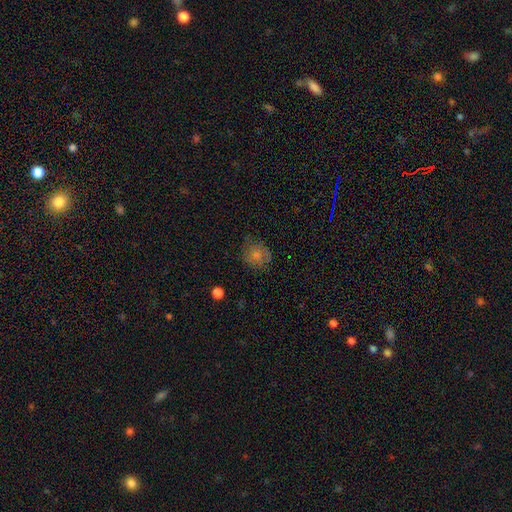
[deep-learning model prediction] Smooth or featured?
  - smooth: 48% *
  - featured or disk: 30%
  - star or artifact: 23%
Merging?
  - none: 76% *
  - minor disturbance: 17%
  - major disturbance: 6%
  - merger: 1%